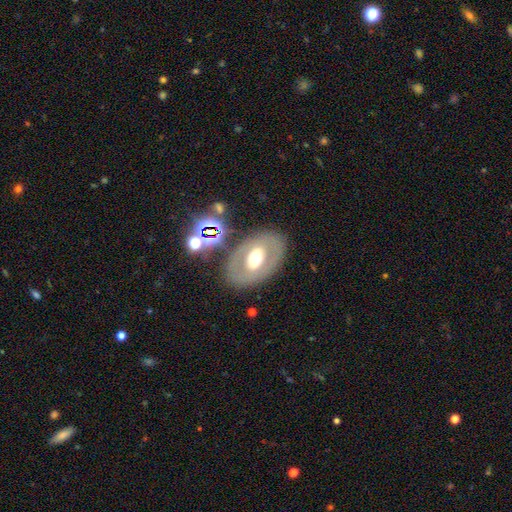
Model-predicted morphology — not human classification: Smooth or featured? Predicted: featured or disk (p=0.54). Edge-on disk? Predicted: no (p=0.90). Merging? Predicted: none (p=0.79).